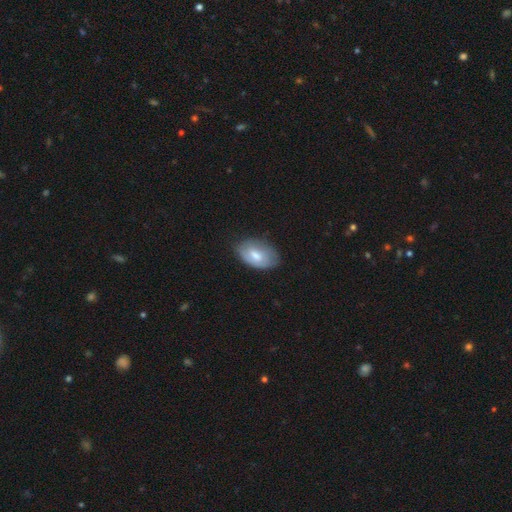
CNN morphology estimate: Overall: smooth (65%; featured or disk 29%). How rounded: in between (92%). Merging: none (68%).